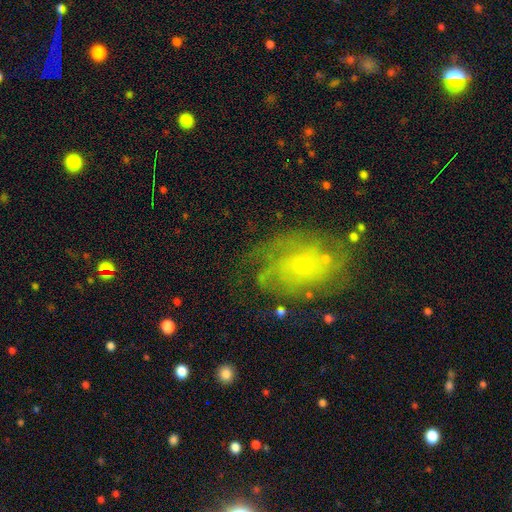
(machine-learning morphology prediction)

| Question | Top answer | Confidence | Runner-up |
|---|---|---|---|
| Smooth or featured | featured or disk | 62% | star or artifact (20%) |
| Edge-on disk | no | 95% | yes (5%) |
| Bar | no | 71% | weak (24%) |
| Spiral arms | yes | 89% | no (11%) |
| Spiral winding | tight | 64% | medium (27%) |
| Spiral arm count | can't tell | 50% | 2 (15%) |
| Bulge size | small | 70% | moderate (22%) |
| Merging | none | 75% | minor disturbance (15%) |